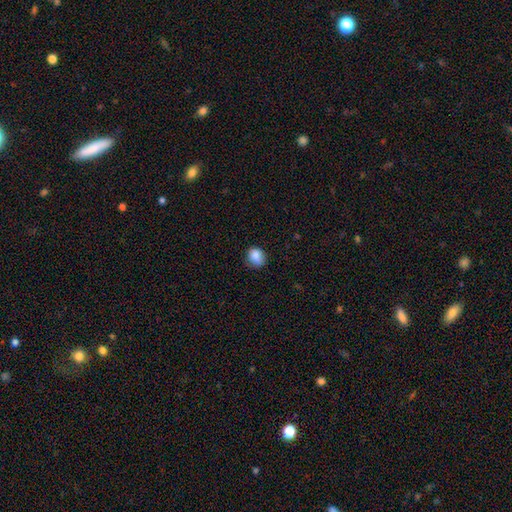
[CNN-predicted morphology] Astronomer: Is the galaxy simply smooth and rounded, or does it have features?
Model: smooth — 87%.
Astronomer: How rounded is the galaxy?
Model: round — 66%.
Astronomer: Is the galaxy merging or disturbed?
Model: none — 75%.